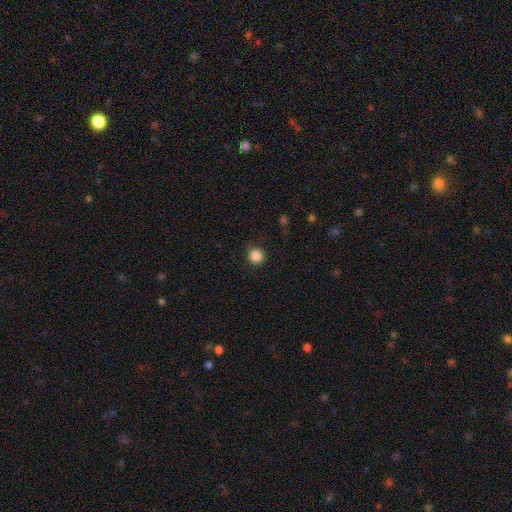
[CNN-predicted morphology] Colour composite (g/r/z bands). It shows a smooth galaxy with no disk features (86%) that is round (95%). Merging: none (89%).